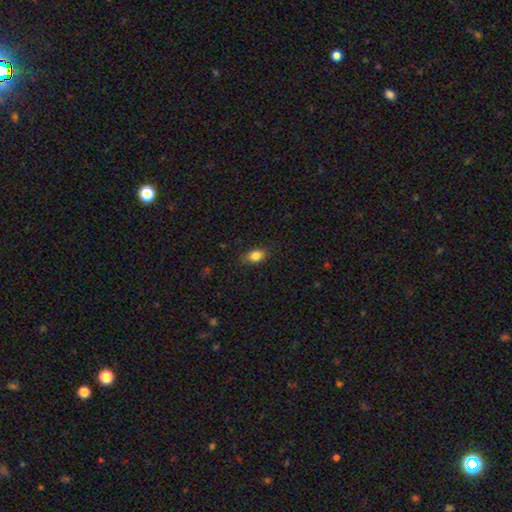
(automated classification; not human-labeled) smooth-or-featured: smooth: 85% | star or artifact: 9% | featured or disk: 7%
  how-rounded: in between: 81% | round: 17% | cigar-shaped: 2%
  merging: none: 82% | minor disturbance: 14% | major disturbance: 3% | merger: 1%